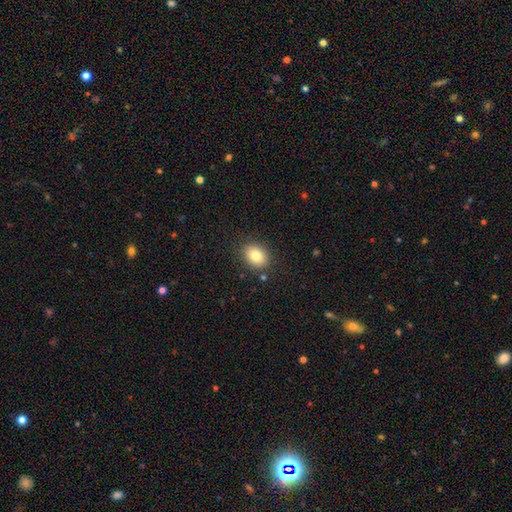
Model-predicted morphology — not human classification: Overall: smooth (82%). How rounded: in between (57%; round 42%). Merging: none (86%).